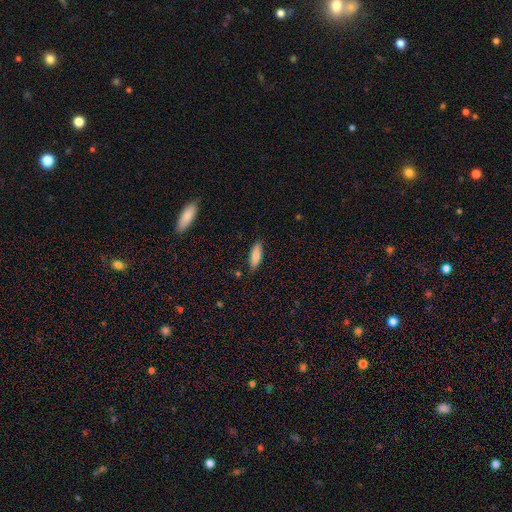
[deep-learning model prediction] smooth 84%, featured or disk 10%, star or artifact 6%. Down the decision tree: how rounded — in between (63%); merging — none (83%).